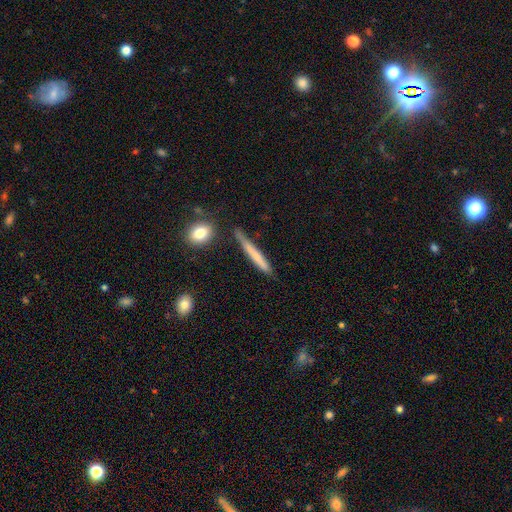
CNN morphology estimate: Smooth or featured?
  - smooth: 62% *
  - featured or disk: 31%
  - star or artifact: 7%
How rounded?
  - cigar-shaped: 95% *
  - in between: 3%
  - round: 2%
Merging?
  - none: 77% *
  - minor disturbance: 15%
  - major disturbance: 4%
  - merger: 3%